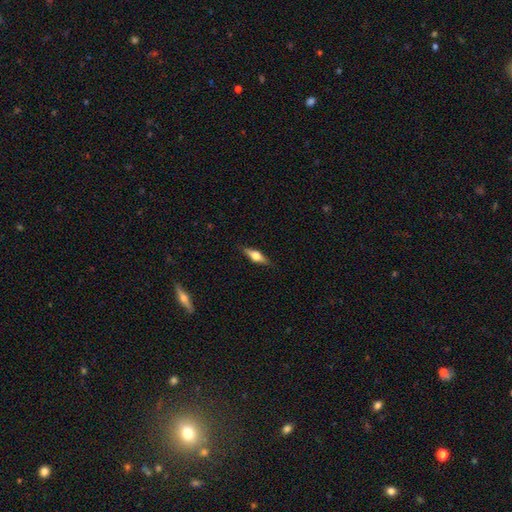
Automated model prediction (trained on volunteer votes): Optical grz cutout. It shows a featured or disk galaxy (52%) viewed edge-on (95%). Merging: none (87%).